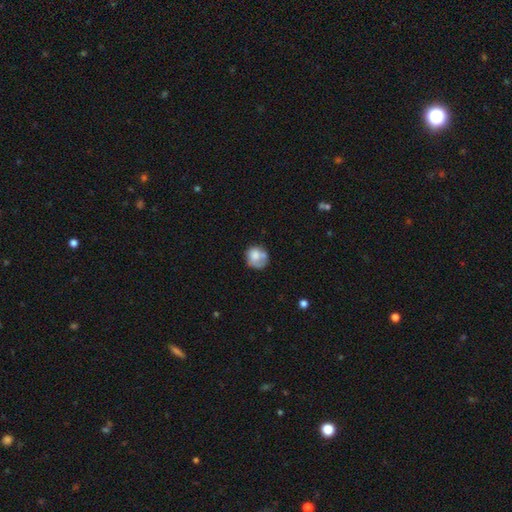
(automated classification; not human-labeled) A smooth galaxy with no disk features (69%) that is round (77%).

Vote fractions:
- Smooth or featured? smooth: 69% / featured or disk: 22% / star or artifact: 8%
- How rounded? round: 77% / in between: 22% / cigar-shaped: 1%
- Merging? none: 47% / minor disturbance: 25% / major disturbance: 14% / merger: 13%